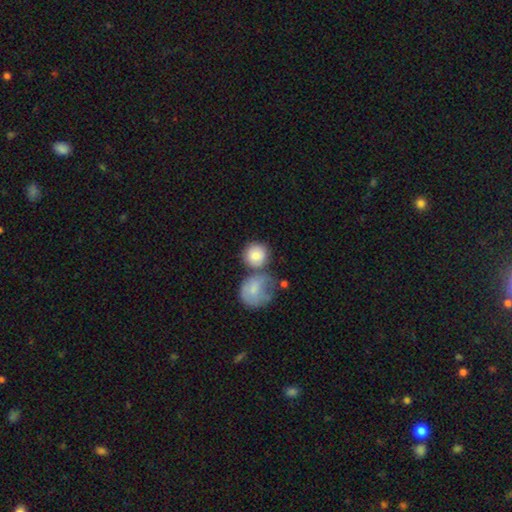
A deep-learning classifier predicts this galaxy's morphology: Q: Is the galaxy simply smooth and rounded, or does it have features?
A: smooth — 81%.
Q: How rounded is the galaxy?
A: round — 89%.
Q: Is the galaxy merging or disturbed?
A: none — 52%.